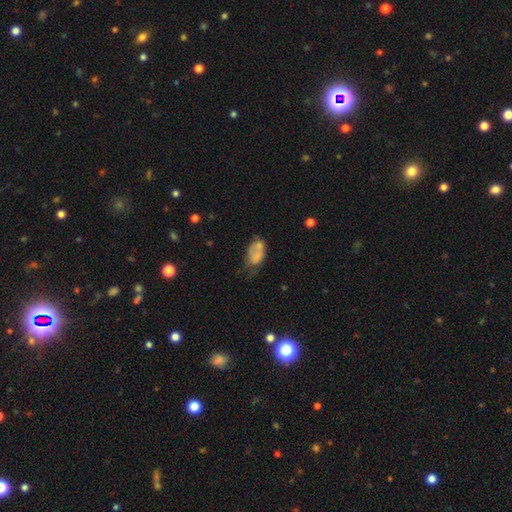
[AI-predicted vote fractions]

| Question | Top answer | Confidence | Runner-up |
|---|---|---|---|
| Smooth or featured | smooth | 67% | featured or disk (24%) |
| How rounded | in between | 90% | round (8%) |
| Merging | none | 34% | minor disturbance (32%) |